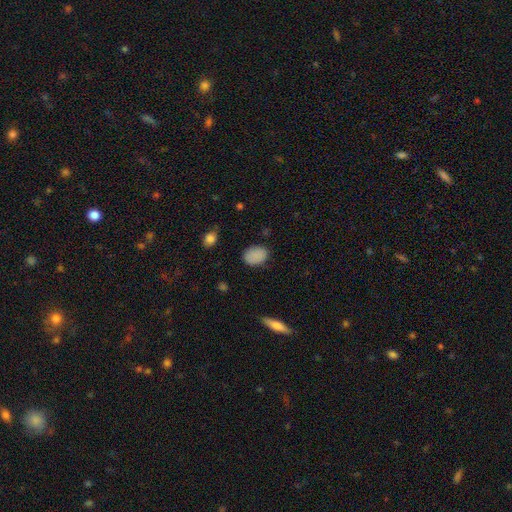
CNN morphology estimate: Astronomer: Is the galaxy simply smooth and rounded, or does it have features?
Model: smooth — 87%.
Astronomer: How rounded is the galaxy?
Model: in between — 75%.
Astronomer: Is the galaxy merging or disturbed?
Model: none — 82%.